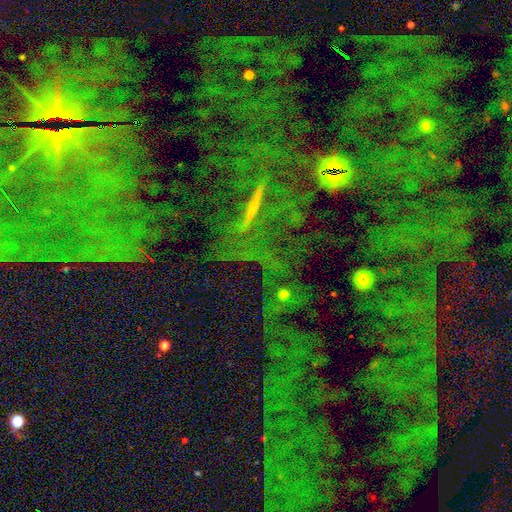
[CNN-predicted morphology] A star or artifact, not a galaxy (80%).

Vote fractions:
- Smooth or featured? star or artifact: 80% / featured or disk: 10% / smooth: 10%